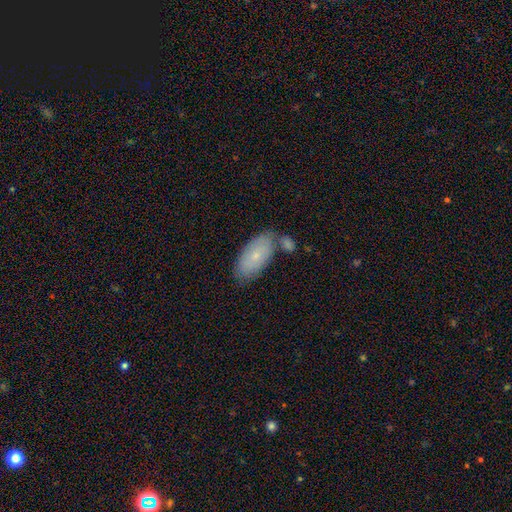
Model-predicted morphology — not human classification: A smooth galaxy with no disk features (72%) that is in between round and cigar-shaped (93%).

Vote fractions:
- Smooth or featured? smooth: 72% / featured or disk: 22% / star or artifact: 6%
- How rounded? in between: 93% / cigar-shaped: 4% / round: 3%
- Merging? none: 61% / minor disturbance: 17% / merger: 17% / major disturbance: 4%